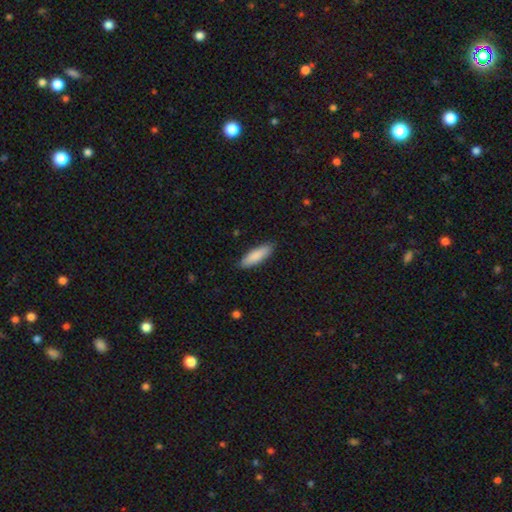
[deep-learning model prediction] smooth 87%, featured or disk 8%, star or artifact 5%. Down the decision tree: how rounded — cigar-shaped (53%); merging — none (88%).